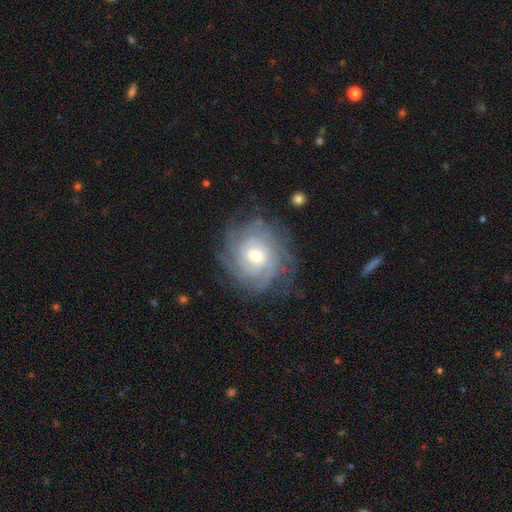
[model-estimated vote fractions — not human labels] A featured or disk galaxy (82%) with no bar (66%), tight (75%) spiral arms (95%) and a moderate central bulge (60%). Merging: none (77%).